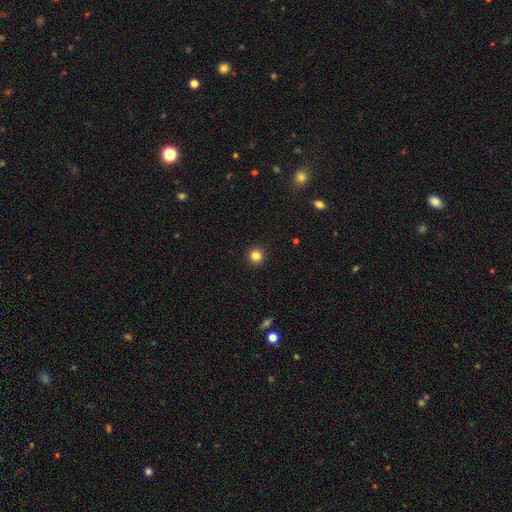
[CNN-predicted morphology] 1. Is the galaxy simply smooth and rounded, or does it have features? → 83% smooth, 12% star or artifact, 5% featured or disk.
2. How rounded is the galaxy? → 95% round, 4% in between, 1% cigar-shaped.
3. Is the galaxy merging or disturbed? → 93% none, 4% minor disturbance, 2% major disturbance, 1% merger.